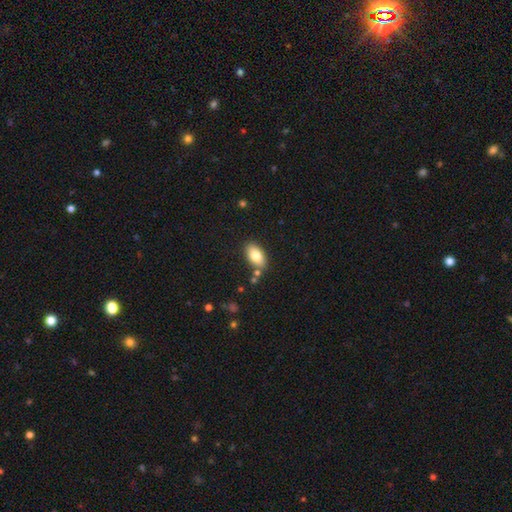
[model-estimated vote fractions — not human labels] Morphology: type=smooth (79%); roundness=in between (92%); merging=none (80%).